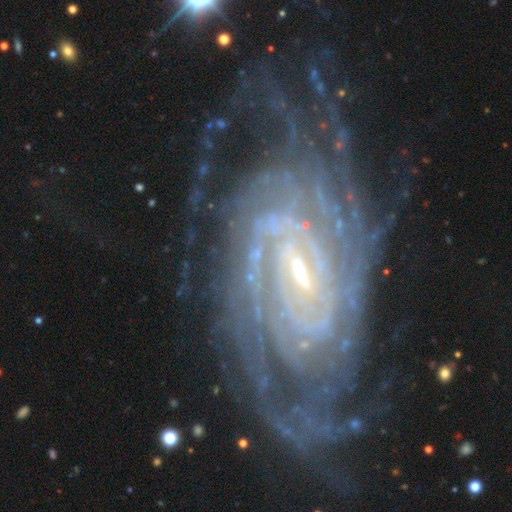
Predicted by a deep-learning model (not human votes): This appears to be a featured or disk galaxy (79%) with a strong bar (55%), tight (64%) spiral arms (92%) and a small central bulge (58%). Merging: none (64%).